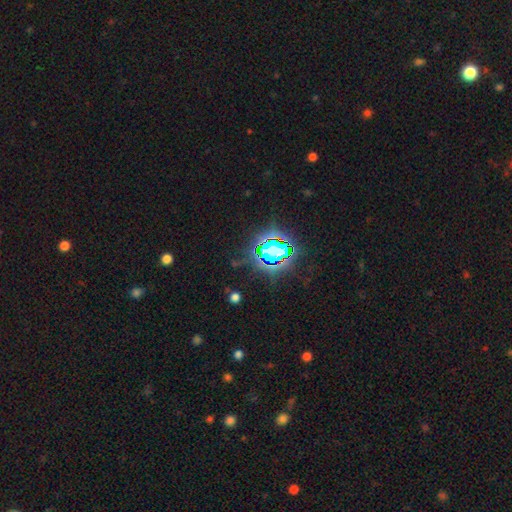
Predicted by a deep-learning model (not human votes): A star or artifact, not a galaxy (76%).

Vote fractions:
- Smooth or featured? star or artifact: 76% / smooth: 15% / featured or disk: 9%